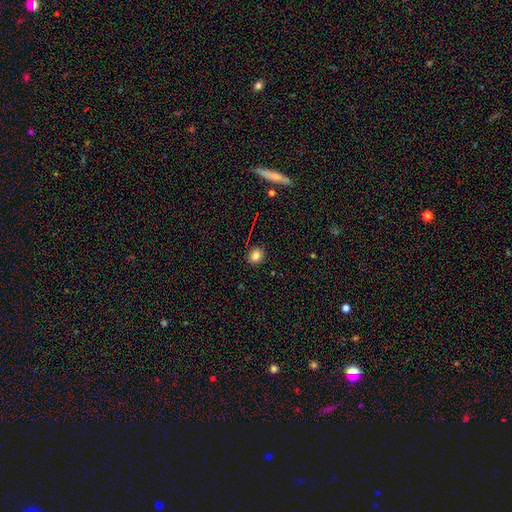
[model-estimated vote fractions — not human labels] The model was most divided on "how rounded": round: 77%, in between: 22%, cigar-shaped: 1%. More confident: merging — none (89%); smooth or featured — smooth (81%).